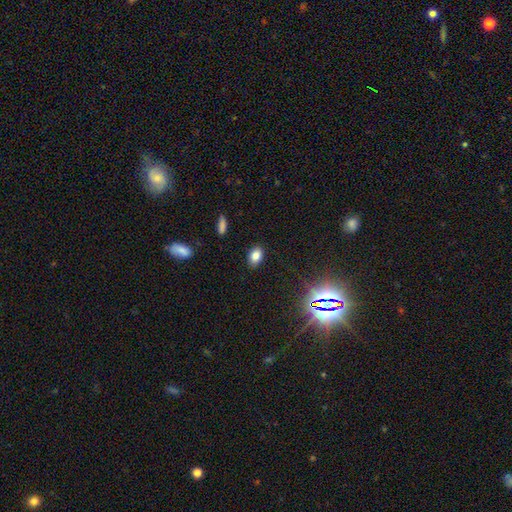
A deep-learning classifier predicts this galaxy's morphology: Smooth or featured?
  - smooth: 80% *
  - star or artifact: 13%
  - featured or disk: 8%
How rounded?
  - in between: 83% *
  - round: 16%
  - cigar-shaped: 1%
Merging?
  - none: 87% *
  - minor disturbance: 10%
  - major disturbance: 2%
  - merger: 1%